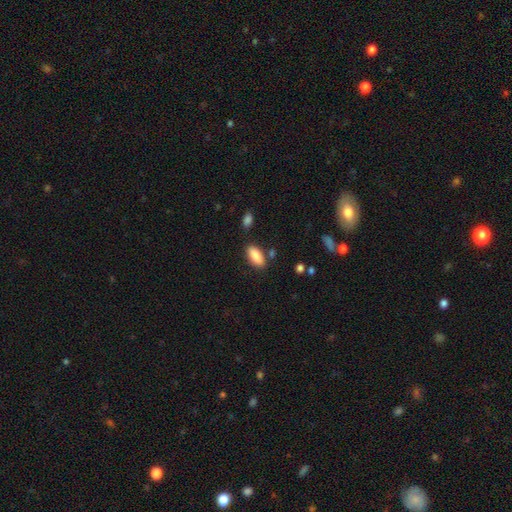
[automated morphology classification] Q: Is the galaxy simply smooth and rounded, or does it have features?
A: smooth — 88%.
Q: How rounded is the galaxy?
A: in between — 85%.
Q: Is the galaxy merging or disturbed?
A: none — 81%.